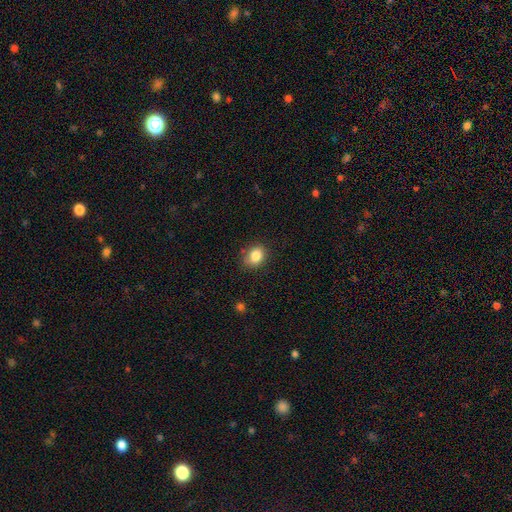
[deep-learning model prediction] Q: Smooth or featured?
A: smooth (85%); runner-up: star or artifact (9%)
Q: How rounded?
A: round (56%); runner-up: in between (44%)
Q: Merging?
A: none (77%); runner-up: minor disturbance (17%)